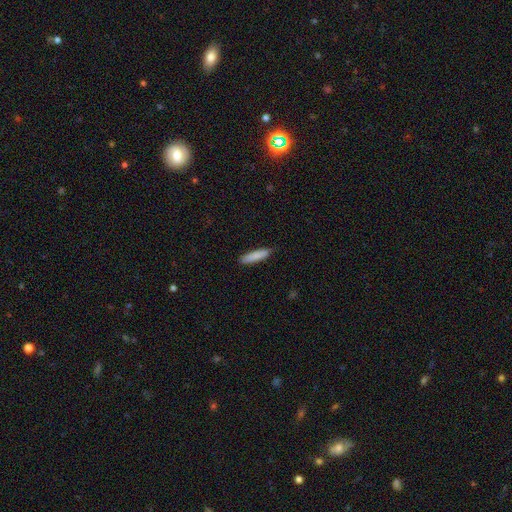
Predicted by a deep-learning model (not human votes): Smooth or featured?
  - smooth: 86% *
  - featured or disk: 8%
  - star or artifact: 6%
How rounded?
  - cigar-shaped: 79% *
  - in between: 20%
  - round: 1%
Merging?
  - none: 84% *
  - minor disturbance: 13%
  - major disturbance: 2%
  - merger: 1%